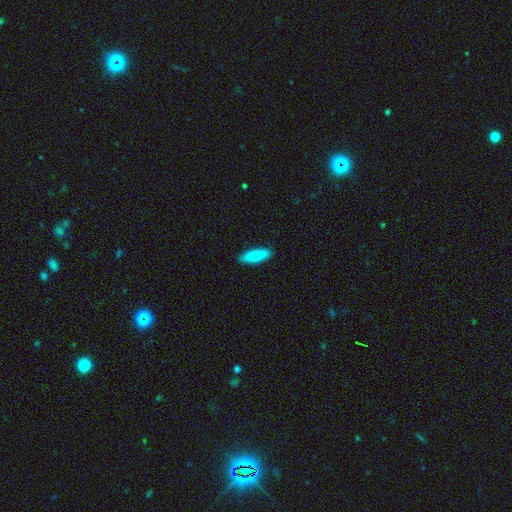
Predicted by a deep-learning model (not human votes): This appears to be a smooth galaxy with no disk features (88%) that is in between round and cigar-shaped (50%). Merging: none (89%).